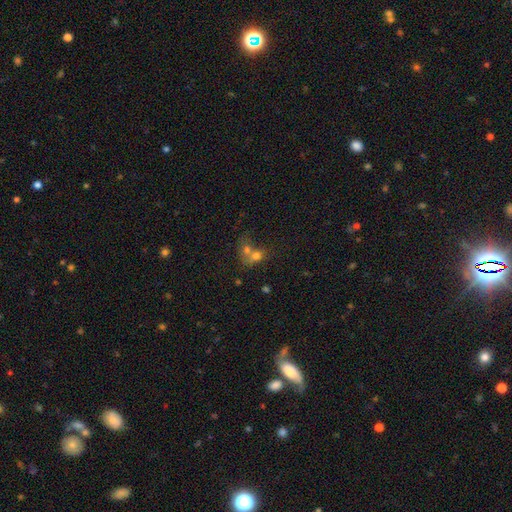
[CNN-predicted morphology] This appears to be a smooth galaxy with no disk features (68%) that is round (53%). Merging: merger (71%).